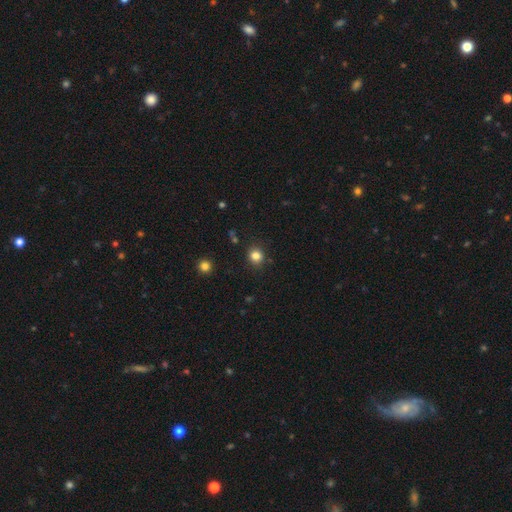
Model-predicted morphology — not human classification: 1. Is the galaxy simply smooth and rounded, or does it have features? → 82% smooth, 13% star or artifact, 5% featured or disk.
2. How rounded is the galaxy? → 85% round, 14% in between, 1% cigar-shaped.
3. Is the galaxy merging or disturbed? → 88% none, 8% minor disturbance, 2% major disturbance, 2% merger.